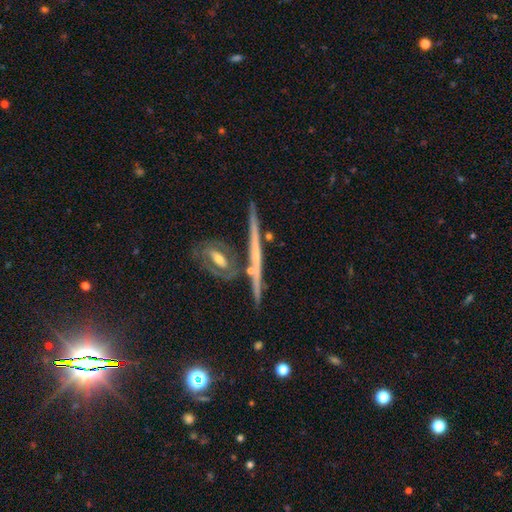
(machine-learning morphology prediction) smooth-or-featured: featured or disk: 69% | smooth: 21% | star or artifact: 11%
  disk-edge-on: yes: 91% | no: 9%
    edge-on-bulge: none: 67% | rounded: 26% | boxy: 7%
  merging: none: 68% | merger: 17% | minor disturbance: 11% | major disturbance: 4%